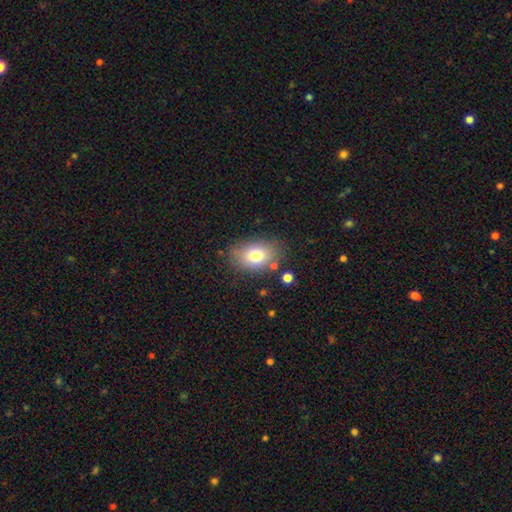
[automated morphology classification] Smooth or featured? smooth (78%)
How rounded? in between (79%)
Merging? none (79%)